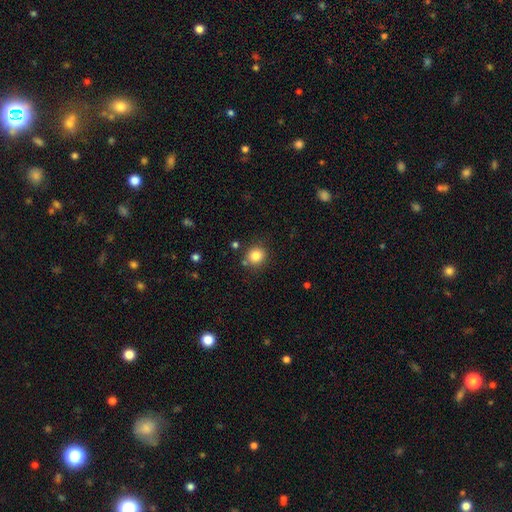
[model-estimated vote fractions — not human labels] This appears to be a smooth galaxy with no disk features (83%) that is round (88%). Merging: none (82%).